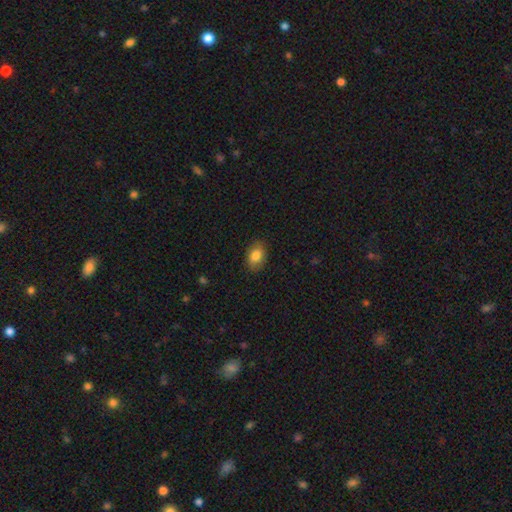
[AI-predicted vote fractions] smooth 83%, featured or disk 9%, star or artifact 8%. Down the decision tree: how rounded — in between (84%); merging — none (86%).